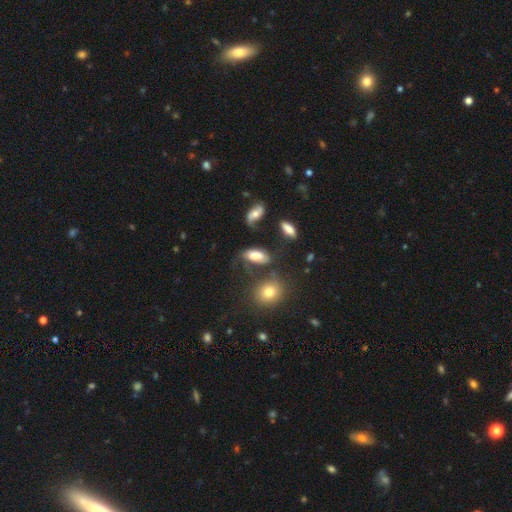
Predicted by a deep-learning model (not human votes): The model was most divided on "merging": none: 41%, minor disturbance: 25%, major disturbance: 22%, merger: 12%. More confident: how rounded — in between (87%); smooth or featured — smooth (62%).